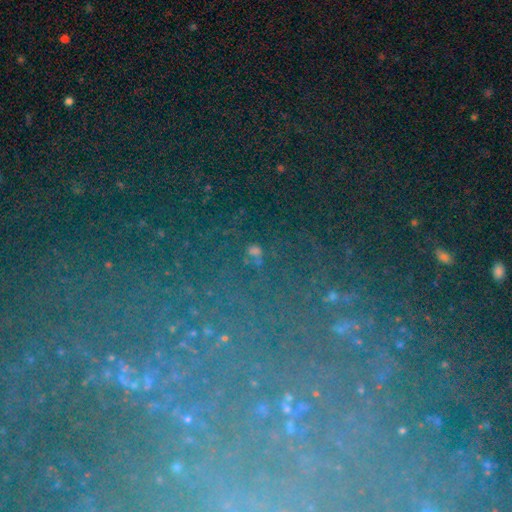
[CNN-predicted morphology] This appears to be a star or artifact, not a galaxy (70%).